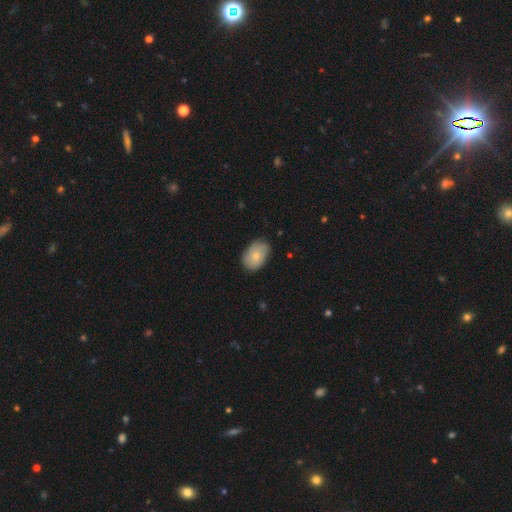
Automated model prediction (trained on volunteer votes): Smooth or featured: smooth — 74% (featured or disk — 19%)
How rounded: in between — 83% (round — 16%)
Merging: none — 75% (minor disturbance — 21%)